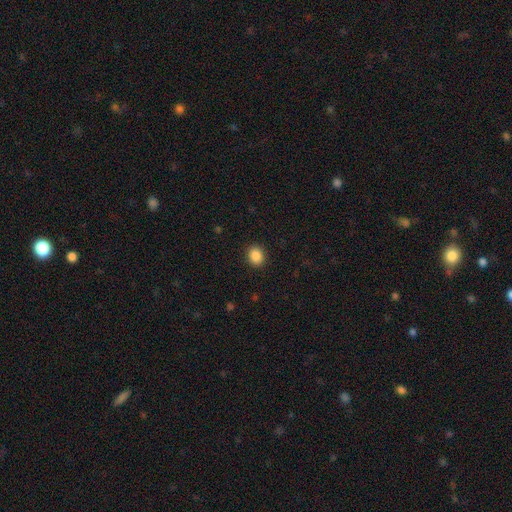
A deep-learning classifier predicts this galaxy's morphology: smooth_or_featured: smooth (p=0.88) [alt: star or artifact p=0.09]
how_rounded: round (p=0.59) [alt: in between p=0.40]
merging: none (p=0.91) [alt: minor disturbance p=0.06]